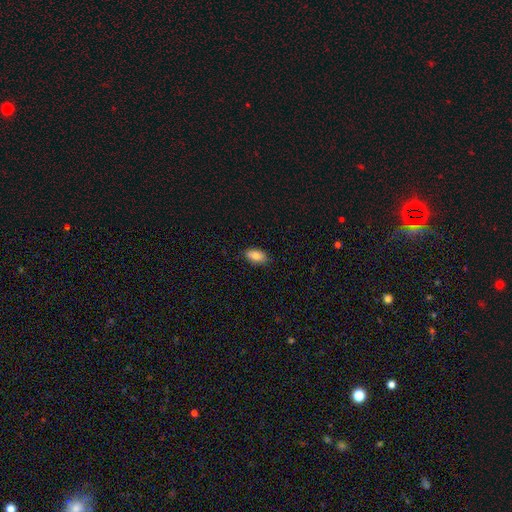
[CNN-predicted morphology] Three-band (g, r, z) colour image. It shows a smooth galaxy with no disk features (83%) that is in between round and cigar-shaped (92%). Merging: none (85%).